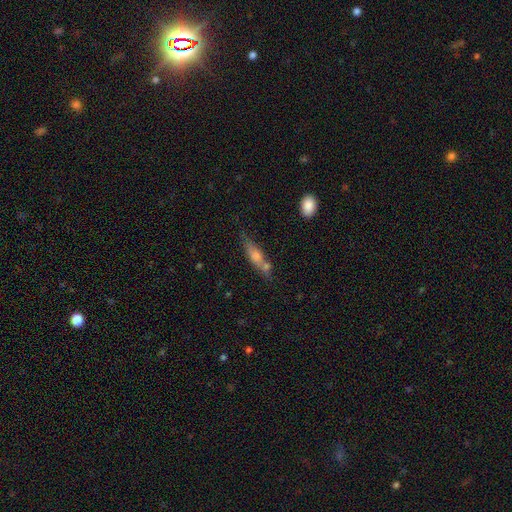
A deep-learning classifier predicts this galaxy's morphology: A smooth galaxy with no disk features (51%) that is cigar-shaped (67%).

Vote fractions:
- Smooth or featured? smooth: 51% / featured or disk: 40% / star or artifact: 9%
- How rounded? cigar-shaped: 67% / in between: 29% / round: 4%
- Merging? none: 59% / minor disturbance: 20% / merger: 15% / major disturbance: 6%